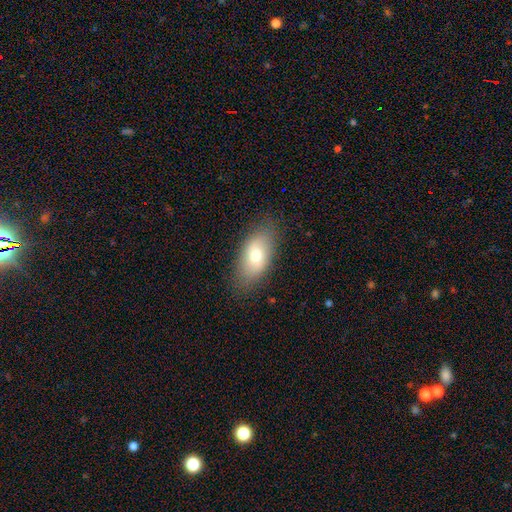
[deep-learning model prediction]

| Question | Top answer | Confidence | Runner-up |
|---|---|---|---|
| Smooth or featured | smooth | 67% | featured or disk (25%) |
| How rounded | in between | 90% | round (5%) |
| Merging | none | 83% | minor disturbance (12%) |